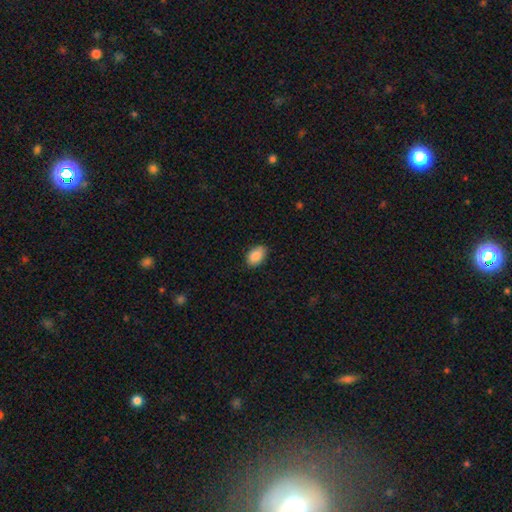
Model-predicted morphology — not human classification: smooth-or-featured: smooth: 90% | star or artifact: 7% | featured or disk: 4%
  how-rounded: in between: 90% | round: 8% | cigar-shaped: 1%
  merging: none: 84% | minor disturbance: 13% | major disturbance: 2% | merger: 1%